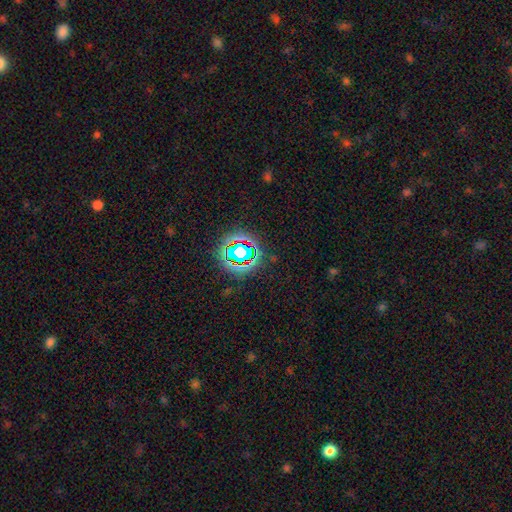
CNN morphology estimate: smooth_or_featured: star or artifact (p=0.78) [alt: smooth p=0.14]